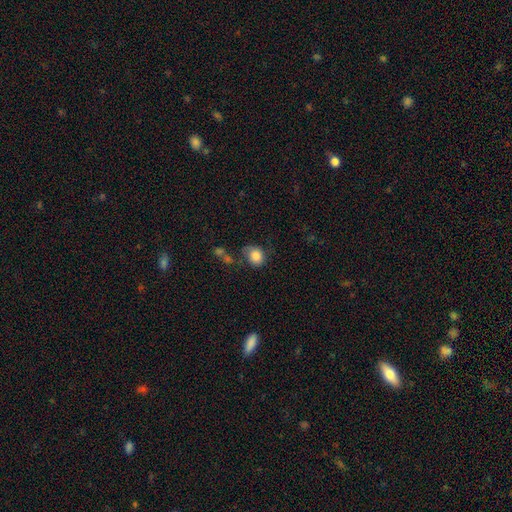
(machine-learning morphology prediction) This is clearly a smooth galaxy (81%). How rounded: likely round (64%). Merging: possibly none (52%).